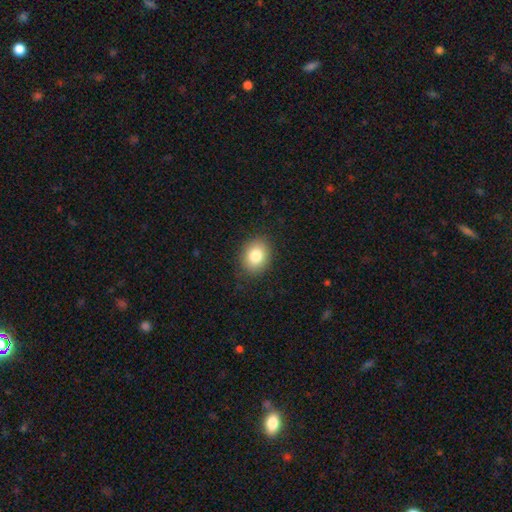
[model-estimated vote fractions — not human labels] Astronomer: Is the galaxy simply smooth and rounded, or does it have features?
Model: smooth — 82%.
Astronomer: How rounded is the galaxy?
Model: round — 54% (runner-up: in between, 45%).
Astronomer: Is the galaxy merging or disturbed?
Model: none — 87%.